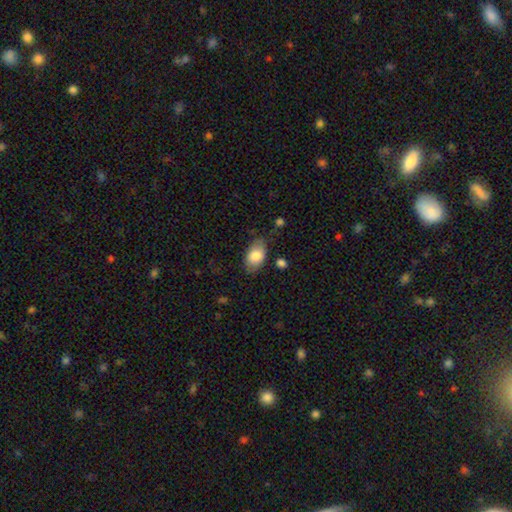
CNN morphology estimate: A smooth galaxy with no disk features (81%) that is in between round and cigar-shaped (92%).

Vote fractions:
- Smooth or featured? smooth: 81% / featured or disk: 13% / star or artifact: 6%
- How rounded? in between: 92% / round: 7% / cigar-shaped: 2%
- Merging? none: 71% / minor disturbance: 22% / major disturbance: 5% / merger: 2%